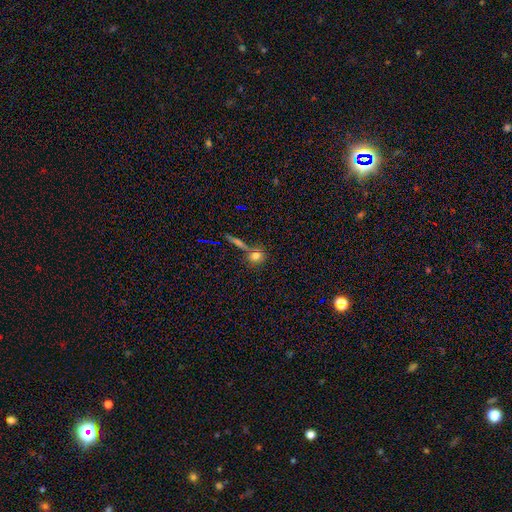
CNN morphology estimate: Overall: smooth (76%). How rounded: round (79%). Merging: none (65%).